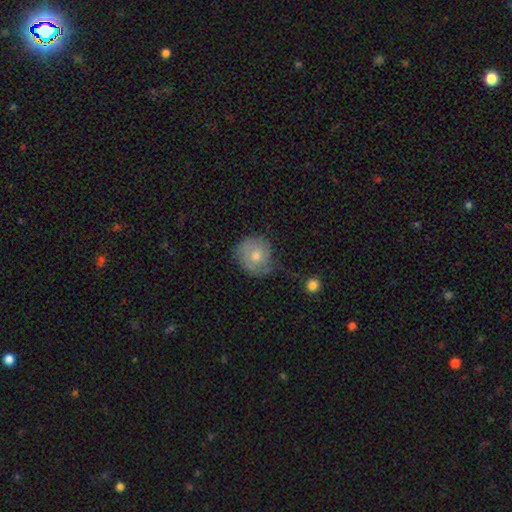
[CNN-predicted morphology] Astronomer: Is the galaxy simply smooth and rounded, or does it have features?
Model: smooth — 57% (runner-up: featured or disk, 35%).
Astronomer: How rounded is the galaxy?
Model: round — 83%.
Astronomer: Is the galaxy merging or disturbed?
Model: none — 58%.